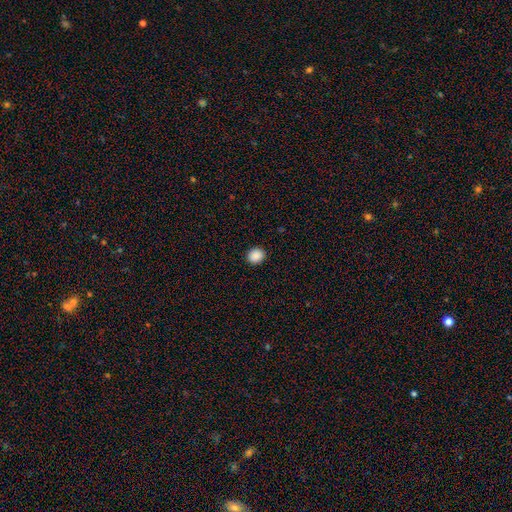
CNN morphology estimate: Smooth or featured? Predicted: smooth (p=0.89). How rounded? Predicted: round (p=0.78). Merging? Predicted: none (p=0.92).